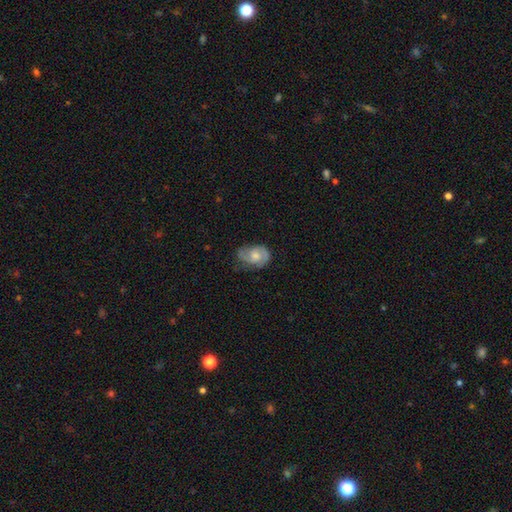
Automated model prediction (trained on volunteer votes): A featured or disk galaxy (72%) with no bar (61%), 2 (78%) medium (46%) spiral arms (93%) and a moderate central bulge (51%). Merging: none (59%).